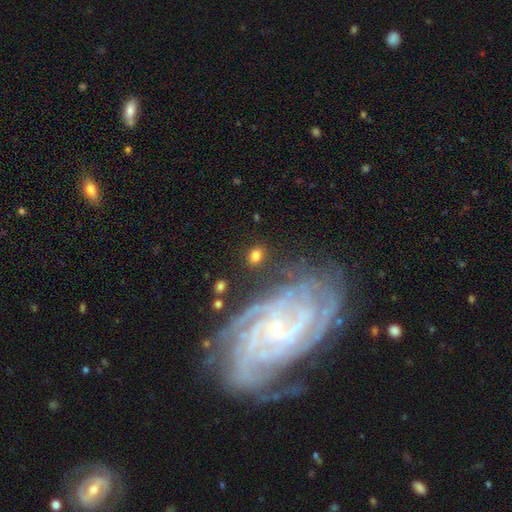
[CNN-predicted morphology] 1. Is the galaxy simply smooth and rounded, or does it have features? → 77% smooth, 14% featured or disk, 9% star or artifact.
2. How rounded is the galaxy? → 55% in between, 43% round, 2% cigar-shaped.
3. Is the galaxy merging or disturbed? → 82% none, 10% minor disturbance, 5% major disturbance, 4% merger.